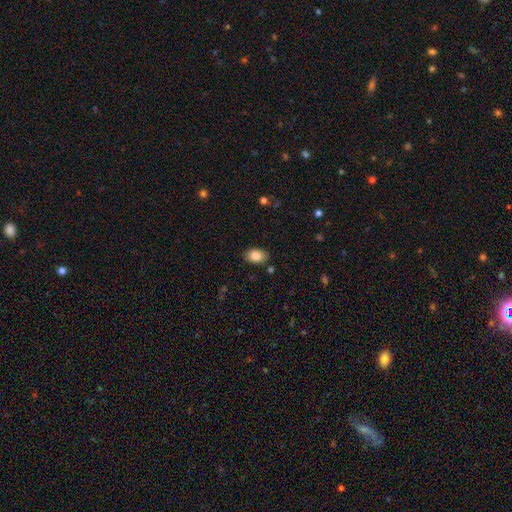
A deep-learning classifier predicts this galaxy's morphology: A smooth galaxy with no disk features (85%) that is in between round and cigar-shaped (86%).

Vote fractions:
- Smooth or featured? smooth: 85% / star or artifact: 8% / featured or disk: 7%
- How rounded? in between: 86% / round: 13% / cigar-shaped: 1%
- Merging? none: 85% / minor disturbance: 10% / major disturbance: 2% / merger: 2%